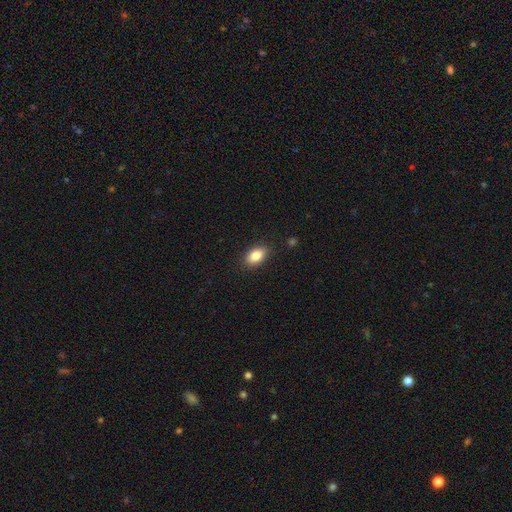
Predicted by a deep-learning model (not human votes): A smooth galaxy with no disk features (86%) that is in between round and cigar-shaped (89%). Merging: none (88%).